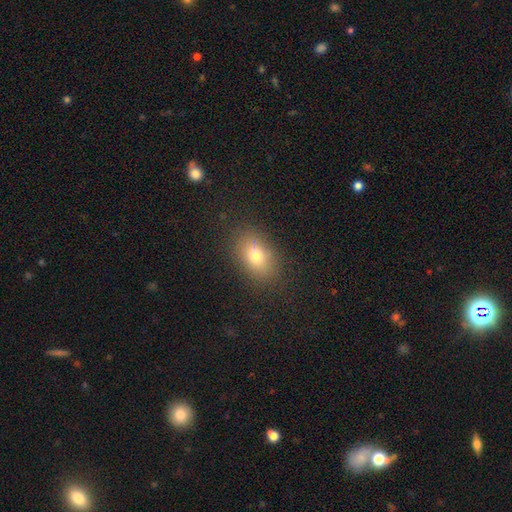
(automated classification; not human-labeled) Smooth or featured? Predicted: smooth (p=0.76). How rounded? Predicted: in between (p=0.80). Merging? Predicted: none (p=0.86).